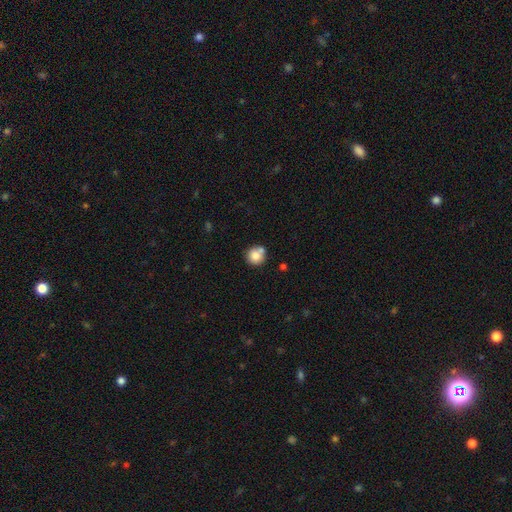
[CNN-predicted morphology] smooth_or_featured: smooth (p=0.79) [alt: featured or disk p=0.11]
how_rounded: round (p=0.93) [alt: in between p=0.07]
merging: none (p=0.65) [alt: merger p=0.20]